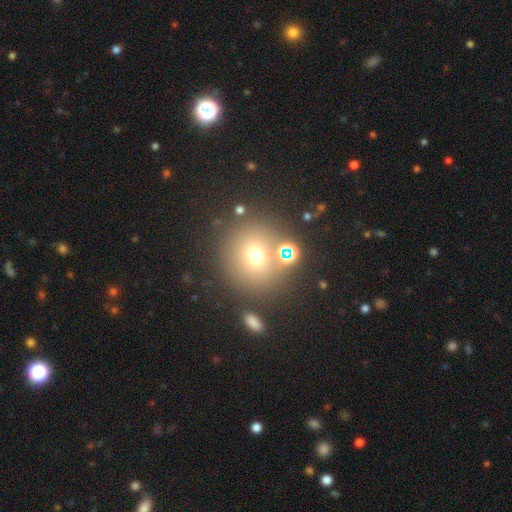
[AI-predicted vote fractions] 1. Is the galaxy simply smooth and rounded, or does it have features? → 66% smooth, 21% star or artifact, 13% featured or disk.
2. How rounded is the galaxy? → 86% round, 13% in between, 1% cigar-shaped.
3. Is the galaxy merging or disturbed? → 75% none, 10% minor disturbance, 10% merger, 5% major disturbance.